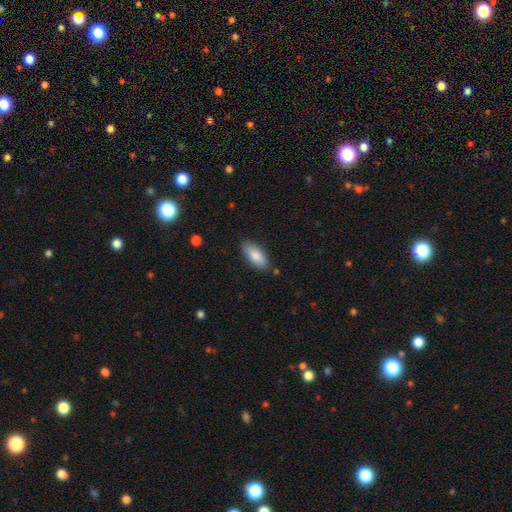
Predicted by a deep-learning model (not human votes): Smooth or featured?
  - smooth: 84% *
  - featured or disk: 10%
  - star or artifact: 6%
How rounded?
  - in between: 81% *
  - cigar-shaped: 17%
  - round: 2%
Merging?
  - none: 83% *
  - minor disturbance: 13%
  - major disturbance: 3%
  - merger: 2%